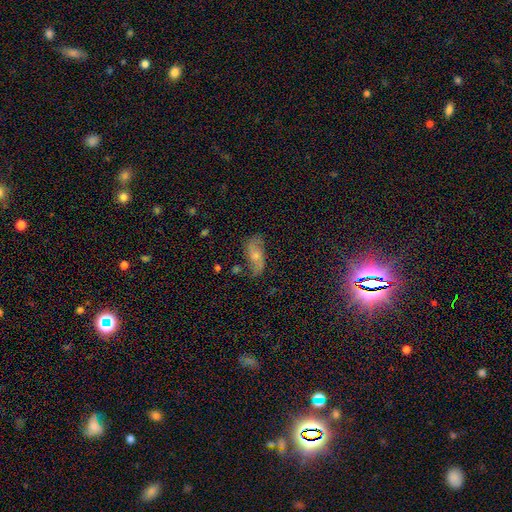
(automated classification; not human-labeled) Smooth or featured: featured or disk — 57% (smooth — 33%)
Edge-on disk: no — 91% (yes — 9%)
Bar: no — 65% (weak — 28%)
Spiral arms: yes — 84% (no — 16%)
Bulge size: moderate — 48% (small — 42%)
Merging: none — 64% (minor disturbance — 23%)